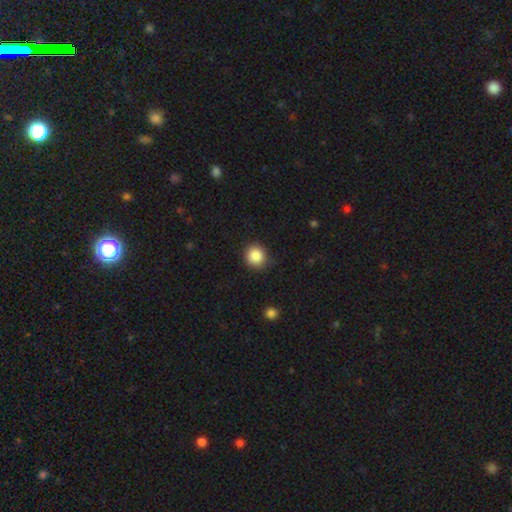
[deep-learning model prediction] Morphology: type=smooth (86%); roundness=round (88%); merging=none (85%).